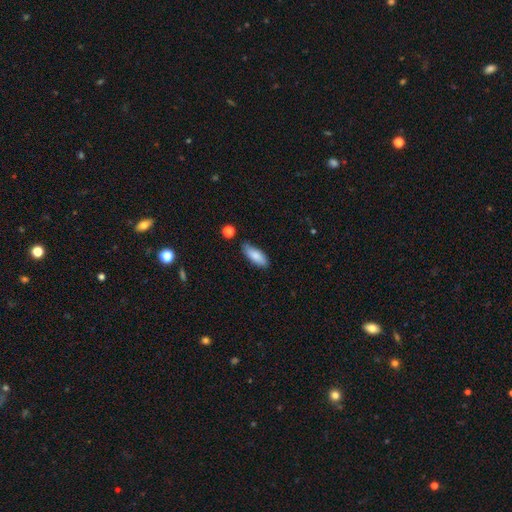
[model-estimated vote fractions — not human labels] smooth-or-featured: smooth: 84% | featured or disk: 10% | star or artifact: 6%
  how-rounded: in between: 70% | cigar-shaped: 28% | round: 2%
  merging: none: 78% | minor disturbance: 16% | merger: 3% | major disturbance: 3%